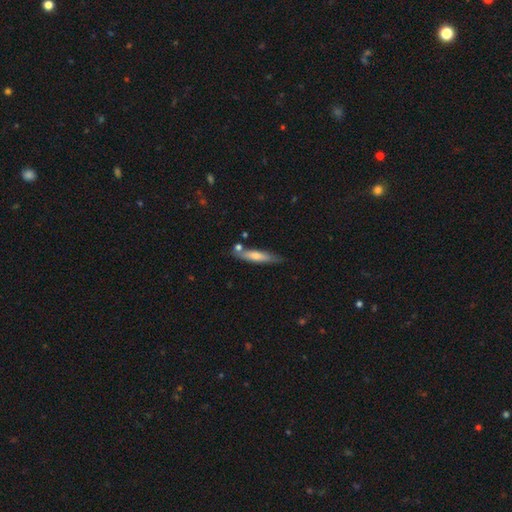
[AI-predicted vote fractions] smooth-or-featured: smooth: 54% | featured or disk: 39% | star or artifact: 7%
  how-rounded: cigar-shaped: 84% | in between: 14% | round: 2%
  merging: none: 75% | minor disturbance: 15% | merger: 7% | major disturbance: 3%